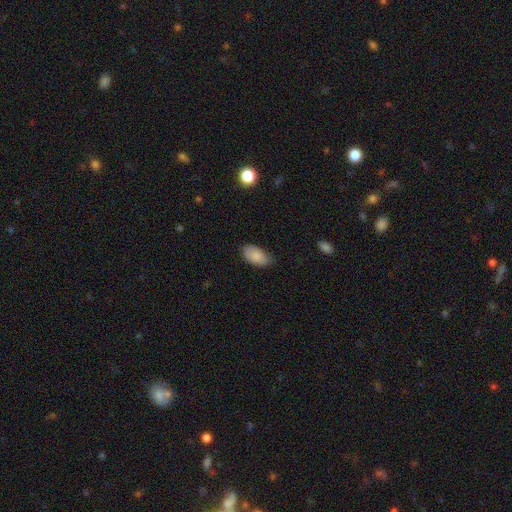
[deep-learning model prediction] smooth-or-featured: smooth: 86% | featured or disk: 7% | star or artifact: 7%
  how-rounded: in between: 94% | round: 3% | cigar-shaped: 2%
  merging: none: 69% | minor disturbance: 26% | major disturbance: 4% | merger: 1%